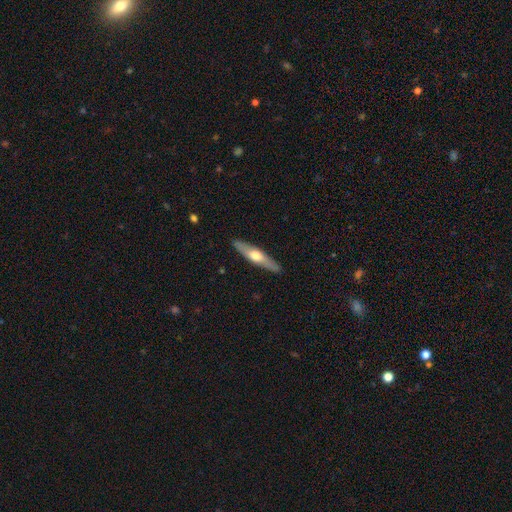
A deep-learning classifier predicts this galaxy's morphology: Smooth or featured?
  - featured or disk: 54% *
  - smooth: 41%
  - star or artifact: 5%
Edge-on disk?
  - yes: 89% *
  - no: 11%
Merging?
  - none: 90% *
  - minor disturbance: 7%
  - major disturbance: 2%
  - merger: 1%